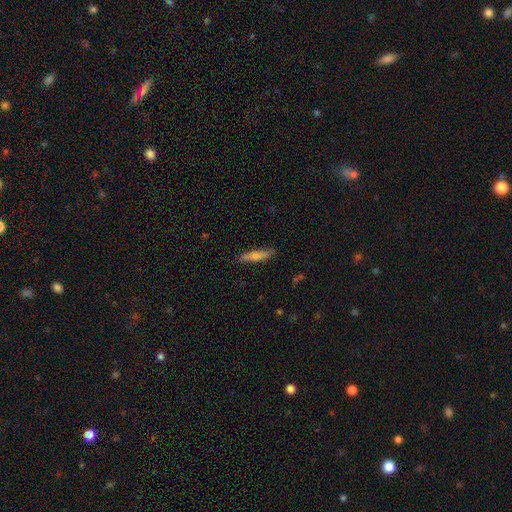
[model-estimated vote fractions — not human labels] Smooth or featured? smooth (47%)
Merging? none (87%)